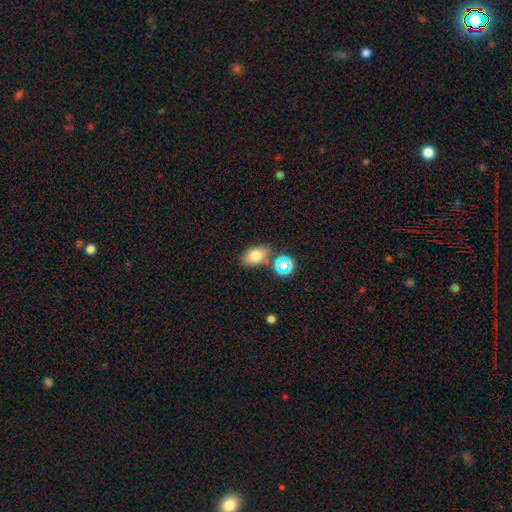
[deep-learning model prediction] Morphology: type=smooth (74%); roundness=in between (82%); merging=none (69%).